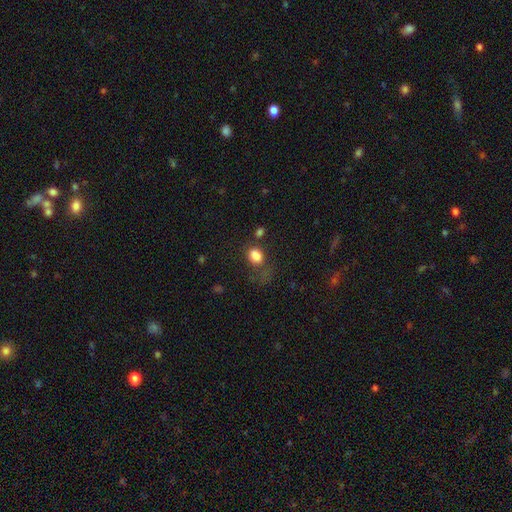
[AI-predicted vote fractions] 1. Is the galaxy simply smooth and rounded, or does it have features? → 82% smooth, 11% star or artifact, 7% featured or disk.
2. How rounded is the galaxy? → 62% in between, 36% round, 1% cigar-shaped.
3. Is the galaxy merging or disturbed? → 42% none, 26% major disturbance, 22% minor disturbance, 10% merger.